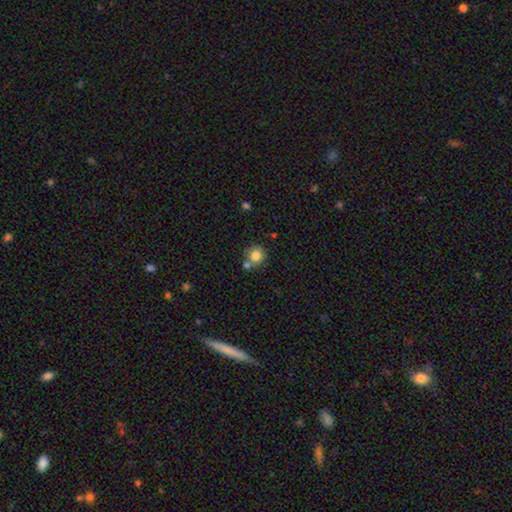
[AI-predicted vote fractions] Smooth or featured?
  - smooth: 82% *
  - star or artifact: 10%
  - featured or disk: 8%
How rounded?
  - round: 84% *
  - in between: 15%
  - cigar-shaped: 1%
Merging?
  - none: 62% *
  - merger: 24%
  - minor disturbance: 12%
  - major disturbance: 3%